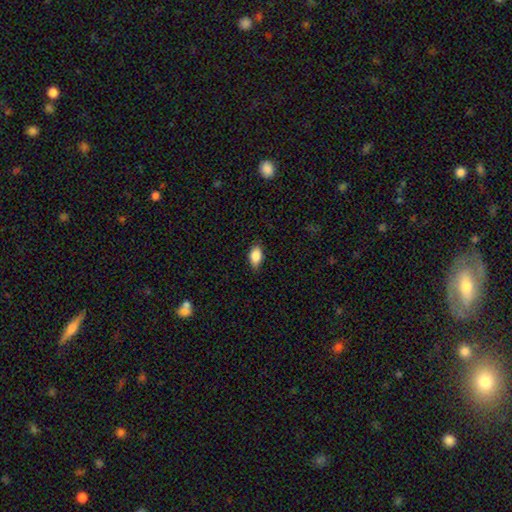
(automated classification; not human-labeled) This is clearly a smooth galaxy (85%). How rounded: clearly in between (89%). Merging: likely none (80%).